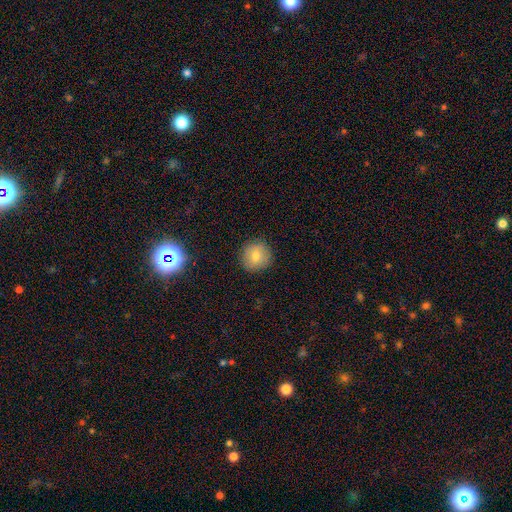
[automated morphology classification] The model was most divided on "smooth or featured": smooth: 73%, featured or disk: 14%, star or artifact: 13%. More confident: how rounded — round (93%); merging — none (89%).